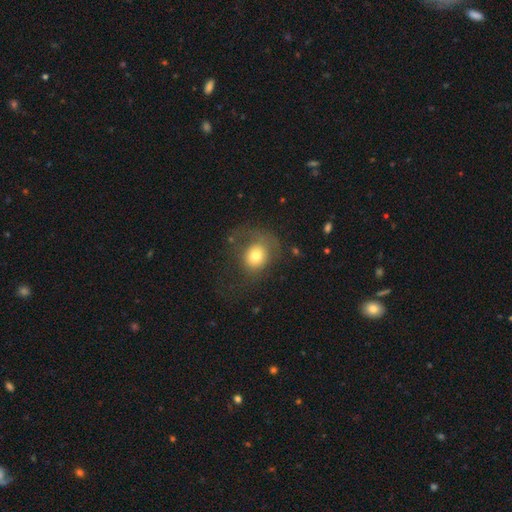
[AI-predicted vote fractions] smooth_or_featured: smooth (p=0.70) [alt: featured or disk p=0.20]
how_rounded: round (p=0.69) [alt: in between p=0.30]
merging: none (p=0.42) [alt: major disturbance p=0.34]